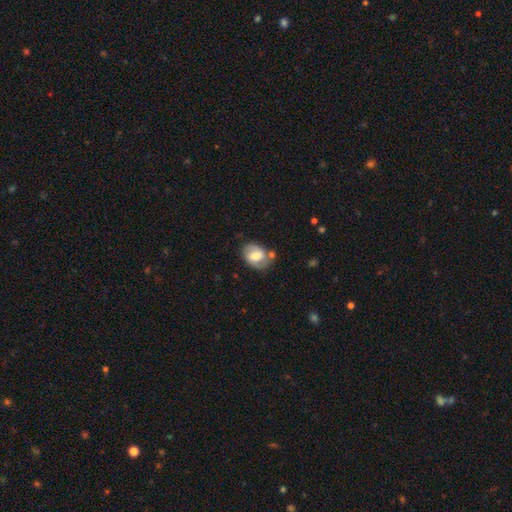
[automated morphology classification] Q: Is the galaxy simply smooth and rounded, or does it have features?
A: smooth — 52%.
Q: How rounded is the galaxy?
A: in between — 71%.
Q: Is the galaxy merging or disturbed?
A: none — 61%.